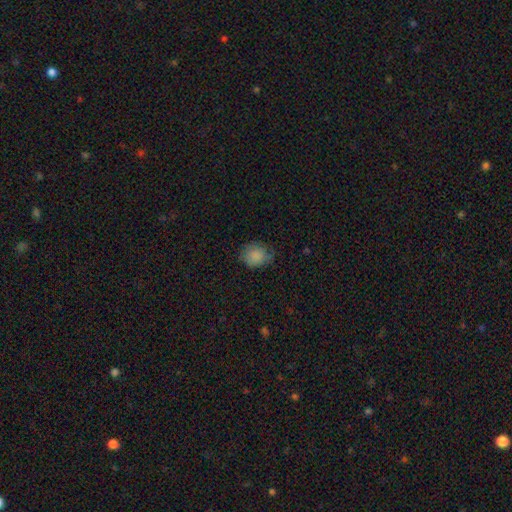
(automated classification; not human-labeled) This is clearly a smooth galaxy (85%). How rounded: likely round (65%). Merging: likely none (67%).